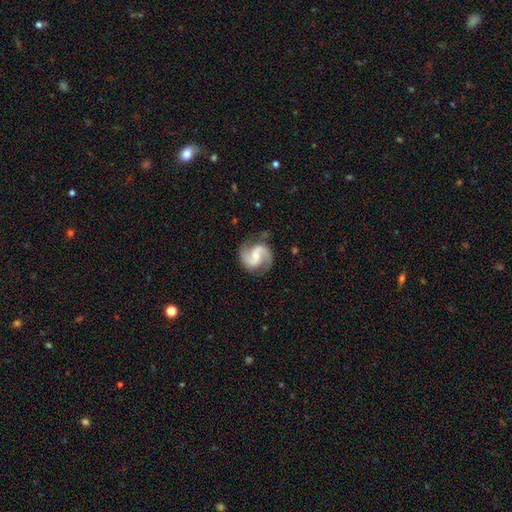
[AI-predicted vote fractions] Q: Smooth or featured?
A: featured or disk (88%); runner-up: smooth (7%)
Q: Edge-on disk?
A: no (98%); runner-up: yes (2%)
Q: Bar?
A: weak (47%); runner-up: no (35%)
Q: Spiral arms?
A: yes (98%); runner-up: no (2%)
Q: Spiral winding?
A: medium (56%); runner-up: loose (26%)
Q: Spiral arm count?
A: 2 (93%); runner-up: can't tell (2%)
Q: Bulge size?
A: small (48%); runner-up: moderate (39%)
Q: Merging?
A: none (81%); runner-up: minor disturbance (13%)